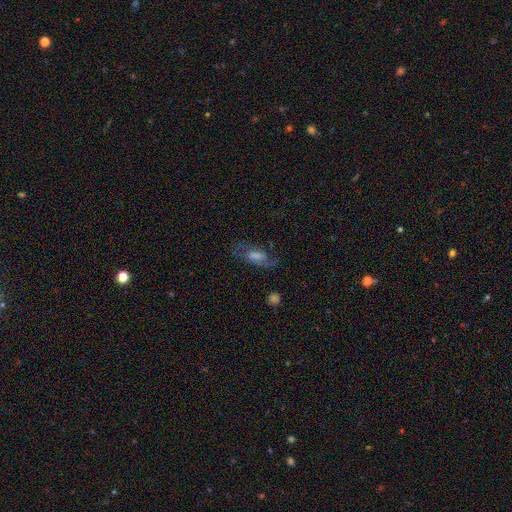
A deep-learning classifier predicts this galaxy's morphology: featured or disk 56%, smooth 31%, star or artifact 13%. Down the decision tree: edge-on disk — no (86%); merging — none (65%).